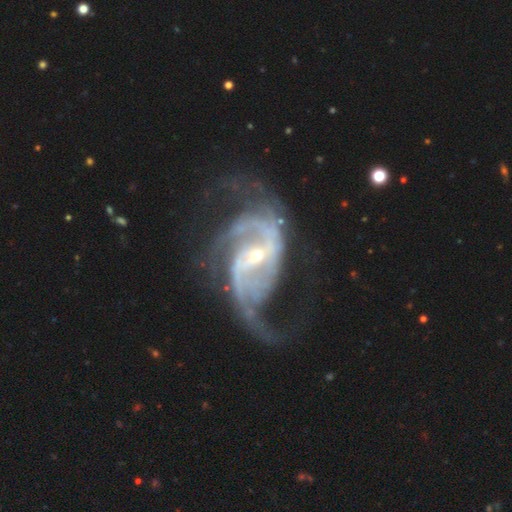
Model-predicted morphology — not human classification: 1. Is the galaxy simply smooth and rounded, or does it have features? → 91% featured or disk, 5% star or artifact, 3% smooth.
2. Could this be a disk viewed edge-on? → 97% no, 3% yes.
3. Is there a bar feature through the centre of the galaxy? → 44% strong, 39% weak, 18% no.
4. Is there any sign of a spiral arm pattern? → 97% yes, 3% no.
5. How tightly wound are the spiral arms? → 46% loose, 41% medium, 14% tight.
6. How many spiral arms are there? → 74% 2, 8% can't tell, 7% 3, 5% 1, 3% 4, 3% more than 4.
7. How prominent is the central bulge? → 69% small, 27% moderate, 2% large, 1% none, 1% dominant.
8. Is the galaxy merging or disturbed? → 46% none, 32% major disturbance, 18% minor disturbance, 3% merger.